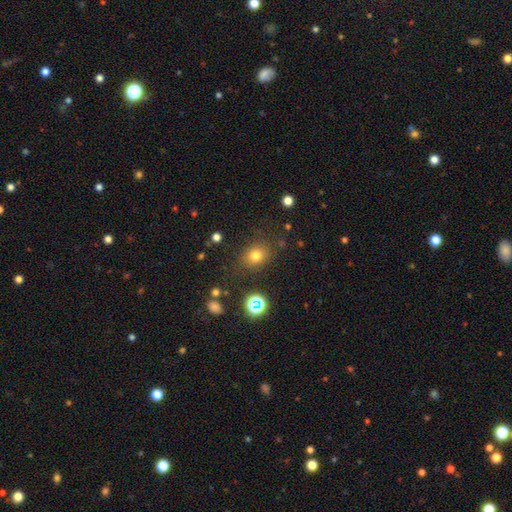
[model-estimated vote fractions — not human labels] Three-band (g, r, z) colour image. It shows a smooth galaxy with no disk features (74%) that is round (59%). Merging: none (81%).